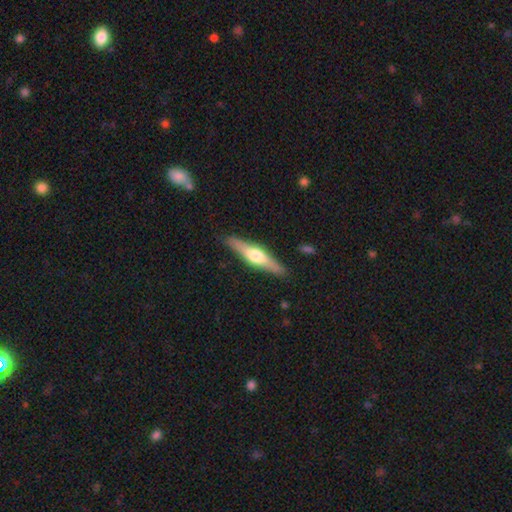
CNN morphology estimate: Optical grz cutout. It shows a featured or disk galaxy (61%) viewed edge-on (95%) with a rounded central bulge (91%). Merging: none (88%).